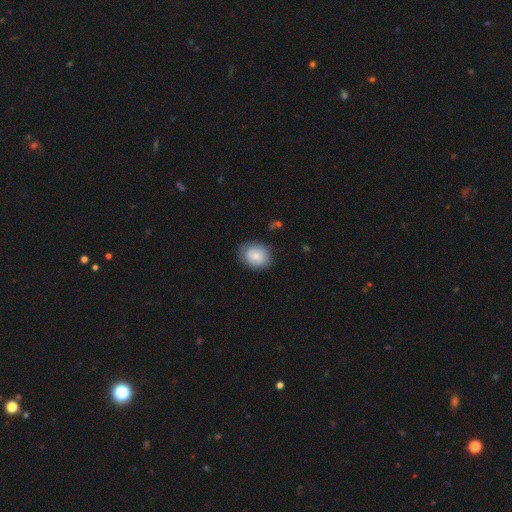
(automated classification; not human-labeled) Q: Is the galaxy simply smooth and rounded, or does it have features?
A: smooth — 81%.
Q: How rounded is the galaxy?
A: round — 50%.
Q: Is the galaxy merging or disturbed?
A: none — 75%.